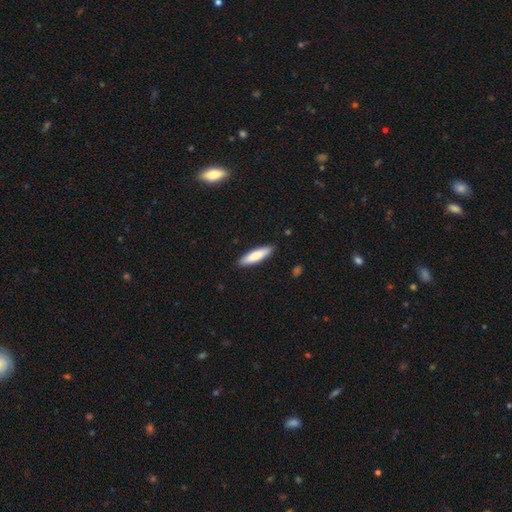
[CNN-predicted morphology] Smooth or featured?
  - smooth: 80% *
  - featured or disk: 15%
  - star or artifact: 5%
How rounded?
  - cigar-shaped: 68% *
  - in between: 31%
  - round: 1%
Merging?
  - none: 89% *
  - minor disturbance: 8%
  - major disturbance: 1%
  - merger: 1%